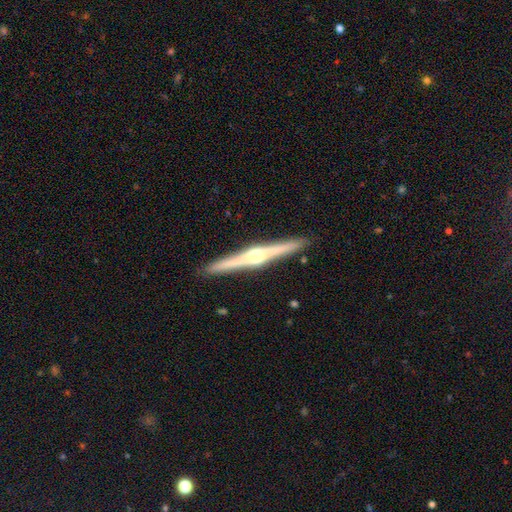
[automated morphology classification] smooth-or-featured: featured or disk: 83% | smooth: 12% | star or artifact: 4%
  disk-edge-on: yes: 99% | no: 1%
    edge-on-bulge: rounded: 90% | boxy: 6% | none: 4%
  merging: none: 93% | minor disturbance: 5% | major disturbance: 1% | merger: 1%